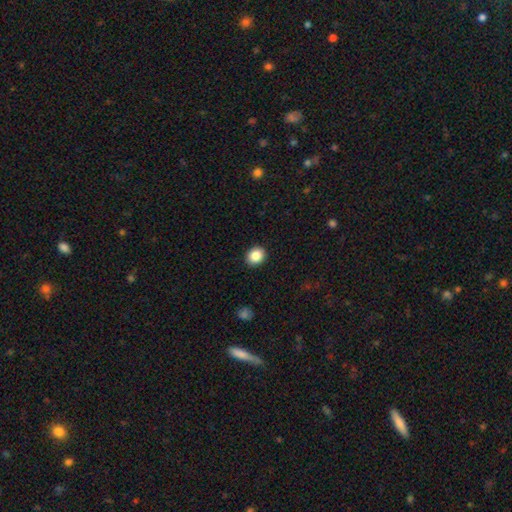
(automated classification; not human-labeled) This is clearly a smooth galaxy (86%). How rounded: likely round (68%). Merging: clearly none (92%).